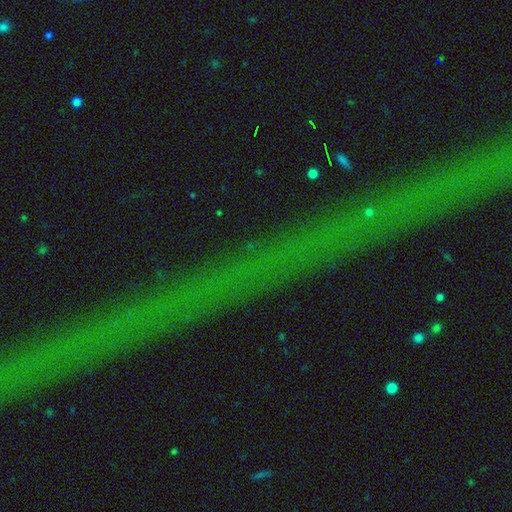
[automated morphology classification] A star or artifact, not a galaxy (71%).